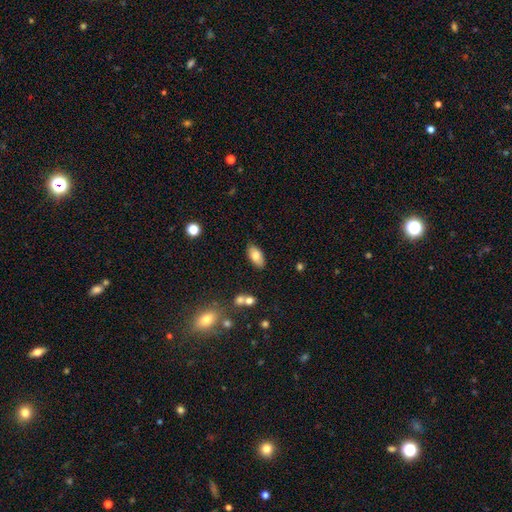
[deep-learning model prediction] Smooth or featured?
  - smooth: 78% *
  - featured or disk: 15%
  - star or artifact: 7%
How rounded?
  - in between: 92% *
  - cigar-shaped: 5%
  - round: 3%
Merging?
  - none: 85% *
  - minor disturbance: 11%
  - merger: 2%
  - major disturbance: 2%